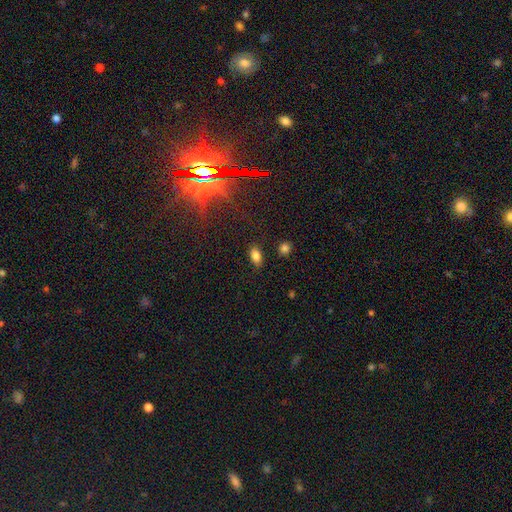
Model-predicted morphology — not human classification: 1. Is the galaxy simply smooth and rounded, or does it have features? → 81% smooth, 12% star or artifact, 7% featured or disk.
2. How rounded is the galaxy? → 88% in between, 9% round, 3% cigar-shaped.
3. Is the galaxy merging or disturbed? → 85% none, 10% minor disturbance, 3% major disturbance, 2% merger.